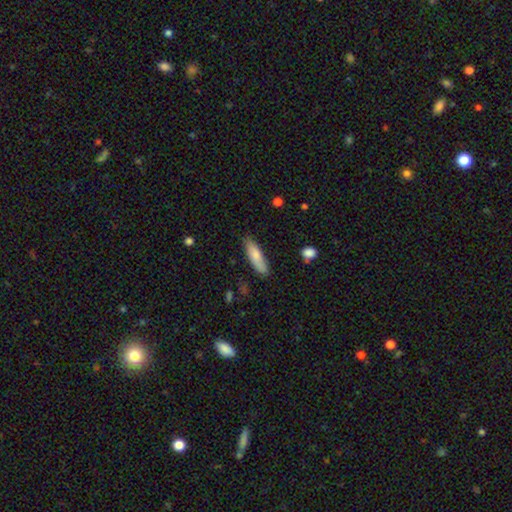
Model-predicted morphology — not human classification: This is likely a smooth galaxy (79%). How rounded: likely cigar-shaped (61%). Merging: clearly none (80%).